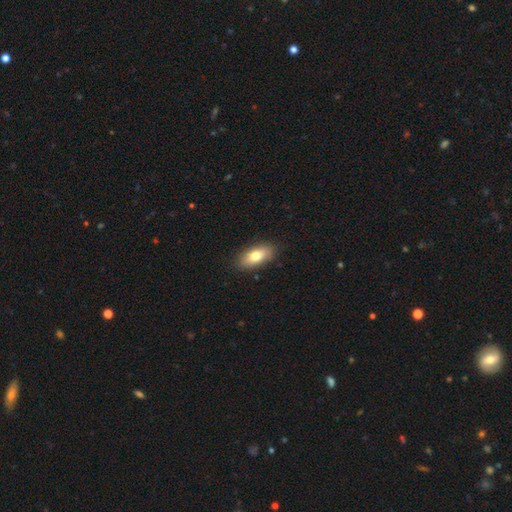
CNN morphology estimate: Overall: smooth (76%). How rounded: in between (83%). Merging: none (86%).